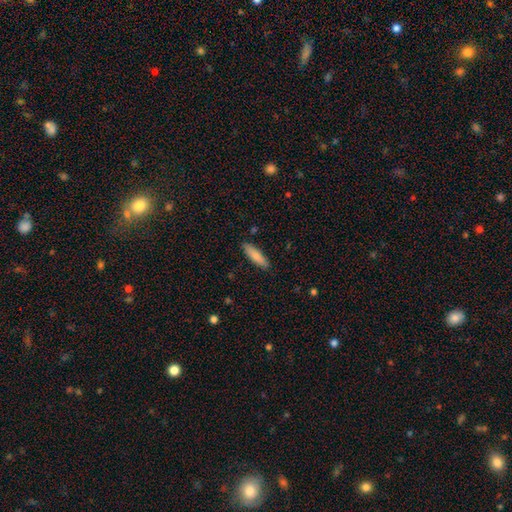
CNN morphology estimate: smooth-or-featured: smooth: 83% | featured or disk: 12% | star or artifact: 6%
  how-rounded: cigar-shaped: 63% | in between: 35% | round: 1%
  merging: none: 88% | minor disturbance: 9% | major disturbance: 2% | merger: 1%